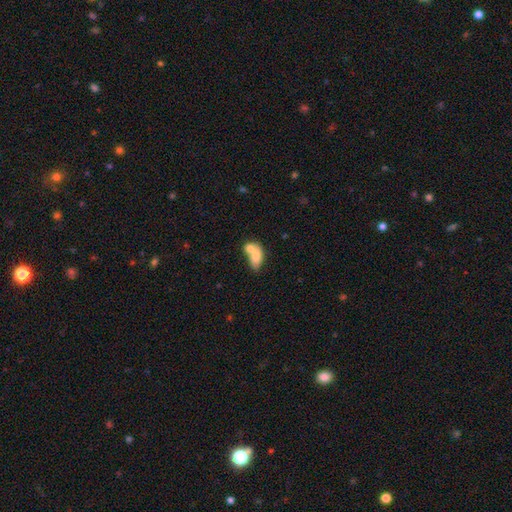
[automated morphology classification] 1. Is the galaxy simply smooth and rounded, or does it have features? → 74% smooth, 19% featured or disk, 8% star or artifact.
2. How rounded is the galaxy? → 85% in between, 11% round, 4% cigar-shaped.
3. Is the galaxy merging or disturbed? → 63% merger, 22% none, 9% minor disturbance, 6% major disturbance.